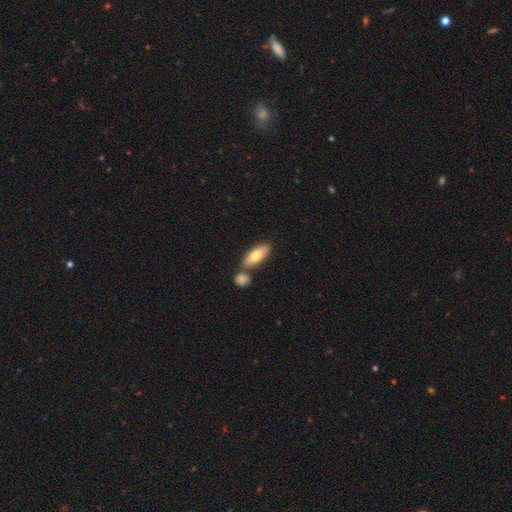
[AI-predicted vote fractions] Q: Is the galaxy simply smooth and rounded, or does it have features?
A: smooth — 75%.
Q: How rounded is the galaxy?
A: in between — 77%.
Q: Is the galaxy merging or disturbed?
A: none — 66%.